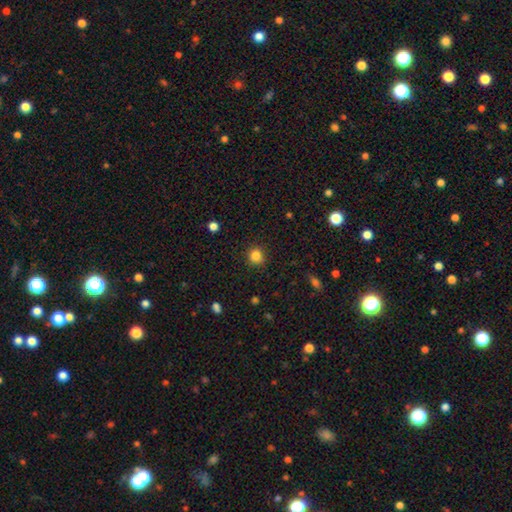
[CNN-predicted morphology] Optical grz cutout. It shows a smooth galaxy with no disk features (83%) that is round (88%). Merging: none (89%).